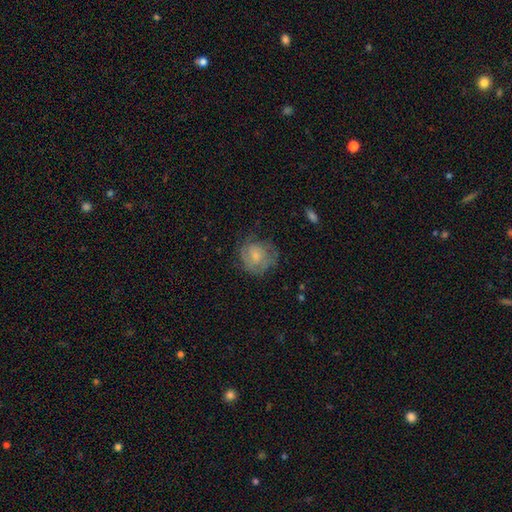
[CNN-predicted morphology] Overall: smooth (49%; featured or disk 43%). Merging: none (59%; minor disturbance 25%).